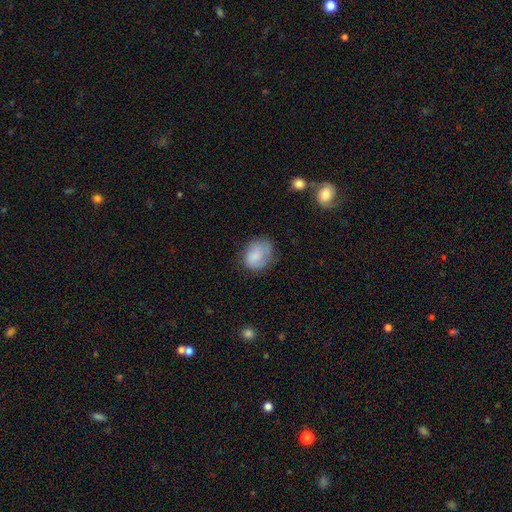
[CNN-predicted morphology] Smooth or featured? smooth (77%)
How rounded? in between (50%)
Merging? none (57%)